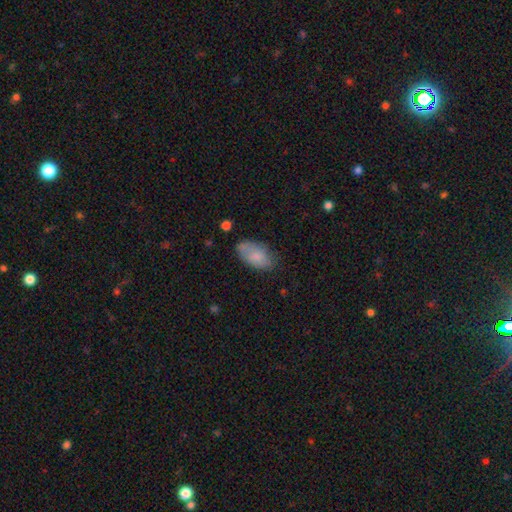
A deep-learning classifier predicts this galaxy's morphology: A smooth galaxy with no disk features (80%) that is in between round and cigar-shaped (94%).

Vote fractions:
- Smooth or featured? smooth: 80% / featured or disk: 13% / star or artifact: 7%
- How rounded? in between: 94% / round: 4% / cigar-shaped: 2%
- Merging? none: 69% / minor disturbance: 23% / major disturbance: 5% / merger: 2%